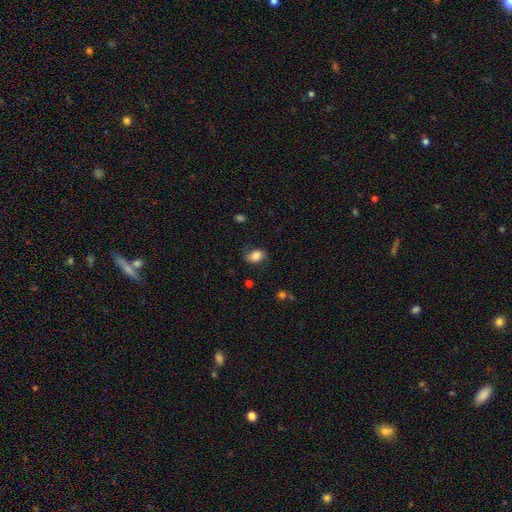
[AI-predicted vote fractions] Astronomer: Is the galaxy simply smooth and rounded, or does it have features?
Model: smooth — 75%.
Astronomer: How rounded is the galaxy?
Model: in between — 78%.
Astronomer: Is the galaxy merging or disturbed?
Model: none — 62%.